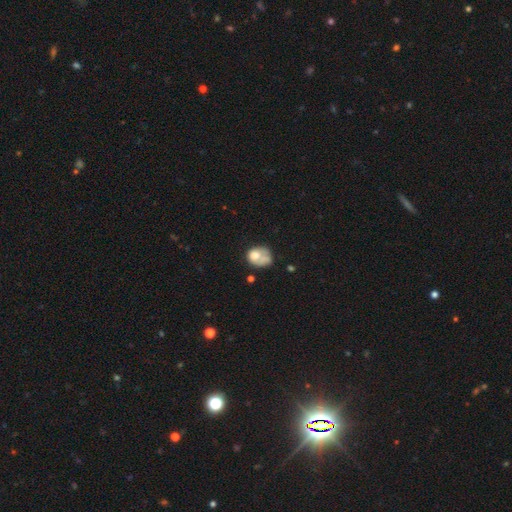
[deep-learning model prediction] Smooth or featured: smooth — 63% (featured or disk — 27%)
How rounded: round — 52% (in between — 47%)
Merging: none — 29% (merger — 26%)